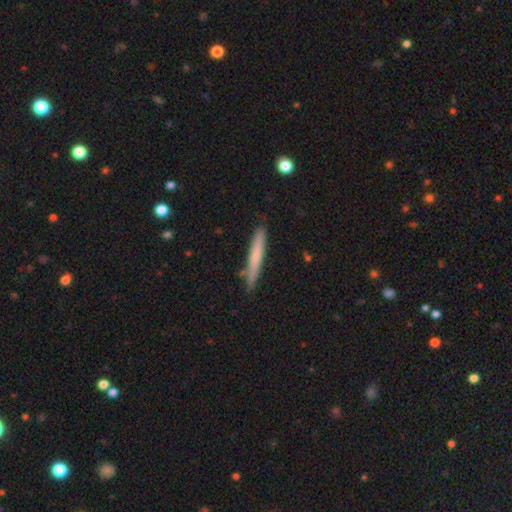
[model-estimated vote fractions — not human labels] Smooth or featured: smooth — 64% (featured or disk — 31%)
How rounded: cigar-shaped — 96% (in between — 3%)
Merging: none — 83% (minor disturbance — 13%)